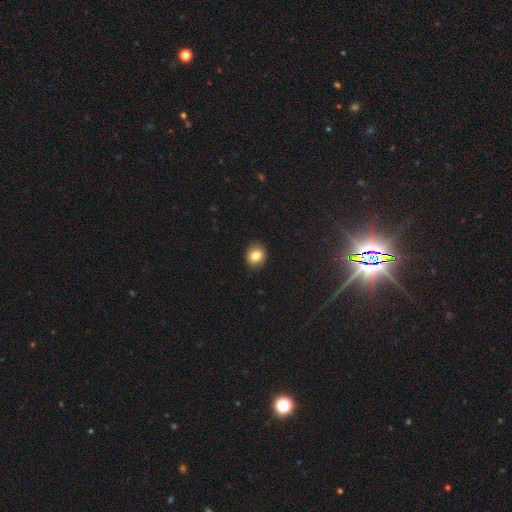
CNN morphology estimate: Smooth or featured?
  - smooth: 84% *
  - star or artifact: 10%
  - featured or disk: 6%
How rounded?
  - round: 71% *
  - in between: 28%
  - cigar-shaped: 1%
Merging?
  - none: 88% *
  - minor disturbance: 9%
  - major disturbance: 2%
  - merger: 1%